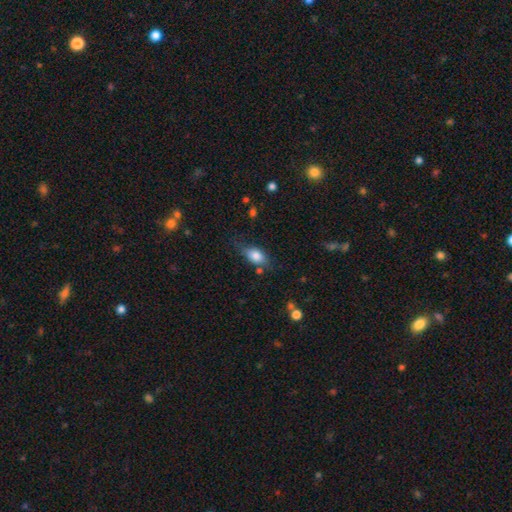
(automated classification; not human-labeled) Q: Smooth or featured?
A: smooth (78%); runner-up: featured or disk (14%)
Q: How rounded?
A: in between (84%); runner-up: round (10%)
Q: Merging?
A: none (61%); runner-up: minor disturbance (27%)